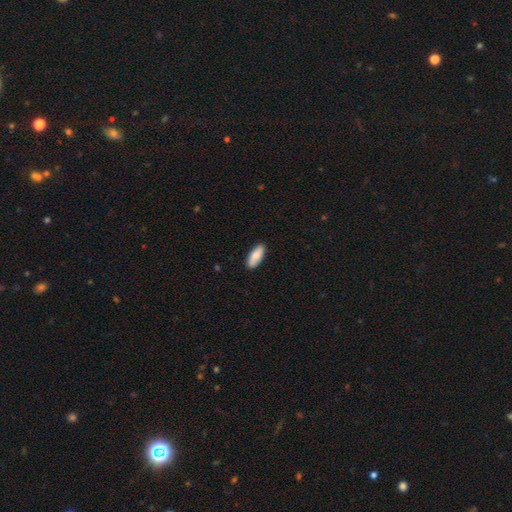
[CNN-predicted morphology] This appears to be a smooth galaxy with no disk features (84%) that is in between round and cigar-shaped (79%). Merging: none (88%).